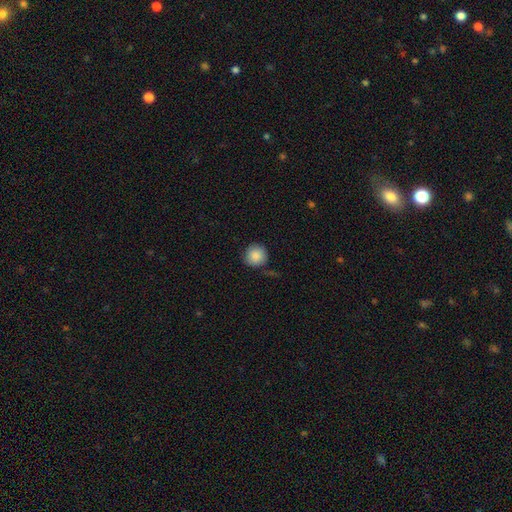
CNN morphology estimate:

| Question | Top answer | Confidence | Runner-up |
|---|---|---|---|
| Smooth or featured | smooth | 88% | star or artifact (8%) |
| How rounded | round | 94% | in between (5%) |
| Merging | none | 81% | minor disturbance (13%) |